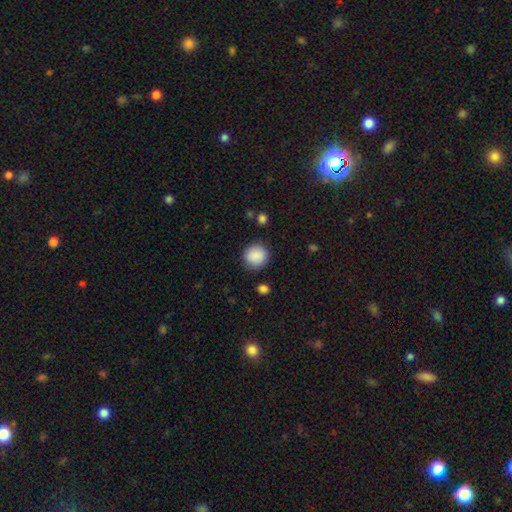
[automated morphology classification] A smooth galaxy with no disk features (89%) that is round (91%). Merging: none (88%).